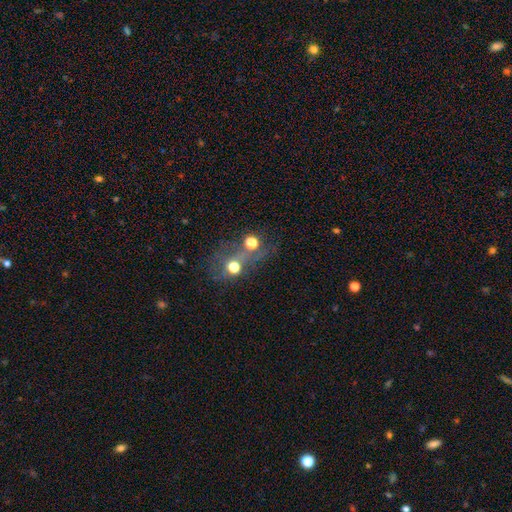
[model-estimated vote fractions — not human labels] Smooth or featured? smooth (40%)
Merging? merger (45%)